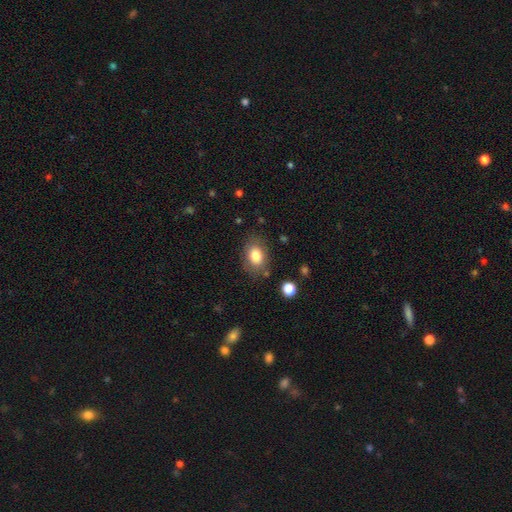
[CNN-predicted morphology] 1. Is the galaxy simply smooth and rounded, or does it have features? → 81% smooth, 10% featured or disk, 9% star or artifact.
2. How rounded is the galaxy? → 71% in between, 28% round, 1% cigar-shaped.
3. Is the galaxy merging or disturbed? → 78% none, 14% minor disturbance, 5% major disturbance, 3% merger.